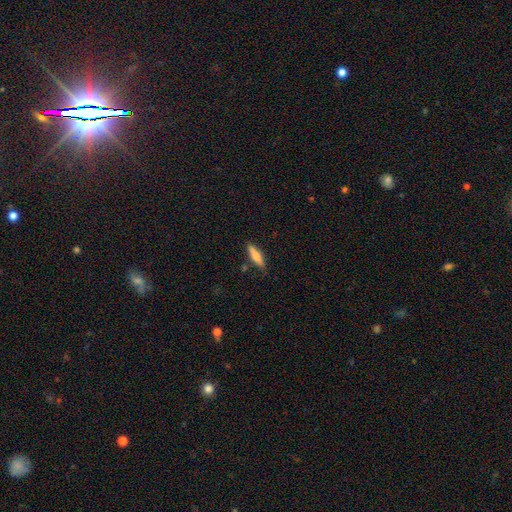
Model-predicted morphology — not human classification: A smooth galaxy with no disk features (65%) that is cigar-shaped (71%).

Vote fractions:
- Smooth or featured? smooth: 65% / featured or disk: 29% / star or artifact: 6%
- How rounded? cigar-shaped: 71% / in between: 27% / round: 2%
- Merging? none: 82% / minor disturbance: 13% / merger: 3% / major disturbance: 2%